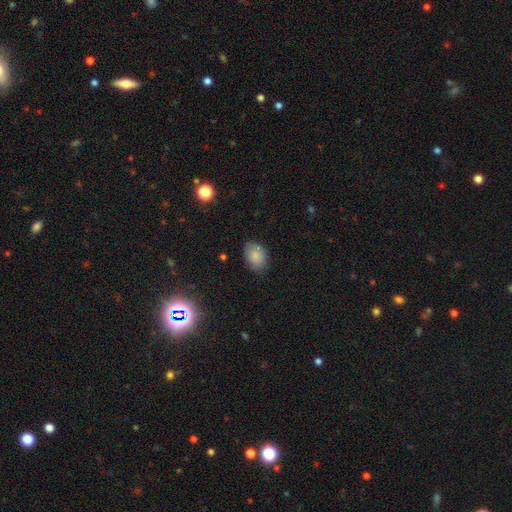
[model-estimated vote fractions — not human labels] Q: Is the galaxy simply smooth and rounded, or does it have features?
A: smooth — 84%.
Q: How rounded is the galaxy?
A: in between — 79%.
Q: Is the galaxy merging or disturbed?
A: none — 76%.